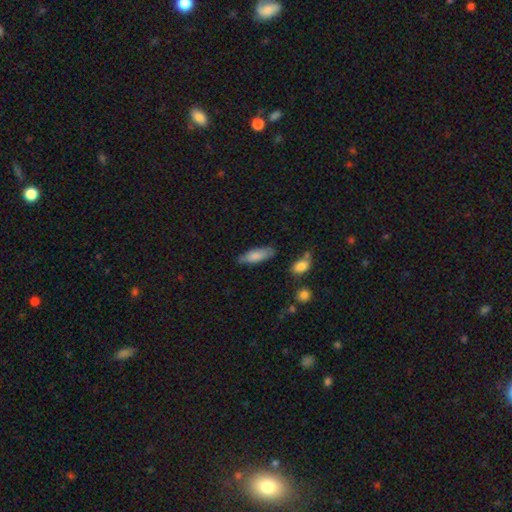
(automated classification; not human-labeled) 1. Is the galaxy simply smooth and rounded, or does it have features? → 80% smooth, 14% featured or disk, 6% star or artifact.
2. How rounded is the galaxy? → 62% in between, 36% cigar-shaped, 2% round.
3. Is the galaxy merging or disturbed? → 74% none, 20% minor disturbance, 4% major disturbance, 3% merger.